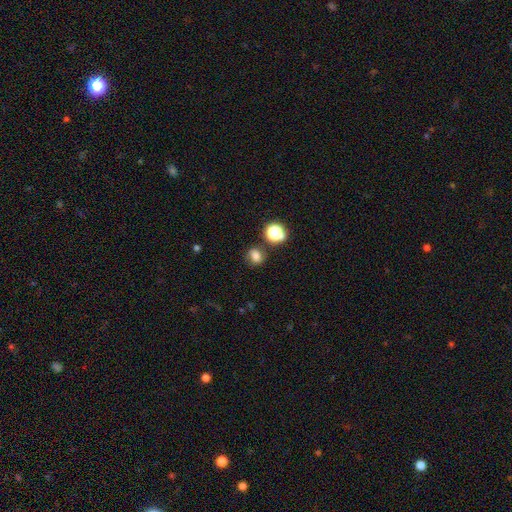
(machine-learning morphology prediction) Smooth or featured?
  - smooth: 71% *
  - star or artifact: 18%
  - featured or disk: 11%
How rounded?
  - round: 64% *
  - in between: 34%
  - cigar-shaped: 1%
Merging?
  - none: 73% *
  - minor disturbance: 15%
  - merger: 7%
  - major disturbance: 5%